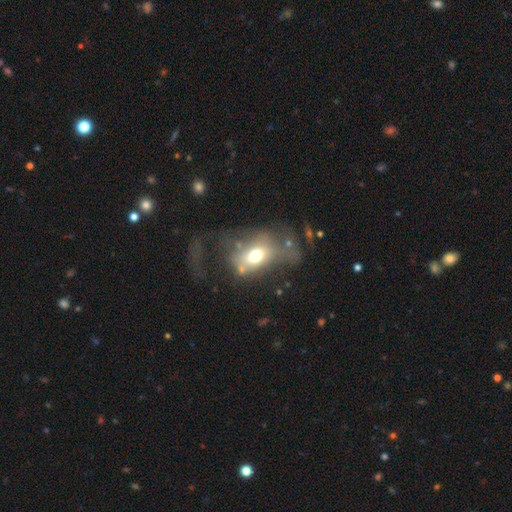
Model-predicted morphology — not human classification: smooth-or-featured: smooth: 55% | featured or disk: 33% | star or artifact: 11%
  how-rounded: in between: 75% | round: 22% | cigar-shaped: 3%
  merging: major disturbance: 49% | none: 24% | minor disturbance: 18% | merger: 9%